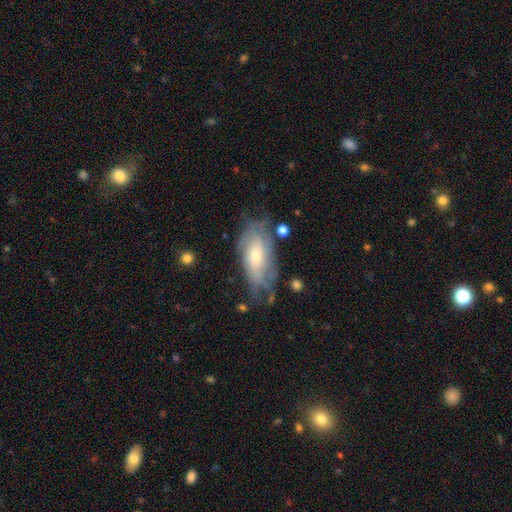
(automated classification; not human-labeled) A featured or disk galaxy (62%) with no bar (67%), spiral arms (78%) and a small central bulge (46%).

Vote fractions:
- Smooth or featured? featured or disk: 62% / smooth: 31% / star or artifact: 7%
- Edge-on disk? no: 89% / yes: 11%
- Bar? no: 67% / weak: 27% / strong: 6%
- Spiral arms? yes: 78% / no: 22%
- Bulge size? small: 46% / moderate: 45% / large: 5% / none: 2% / dominant: 1%
- Merging? none: 58% / minor disturbance: 26% / major disturbance: 13% / merger: 3%